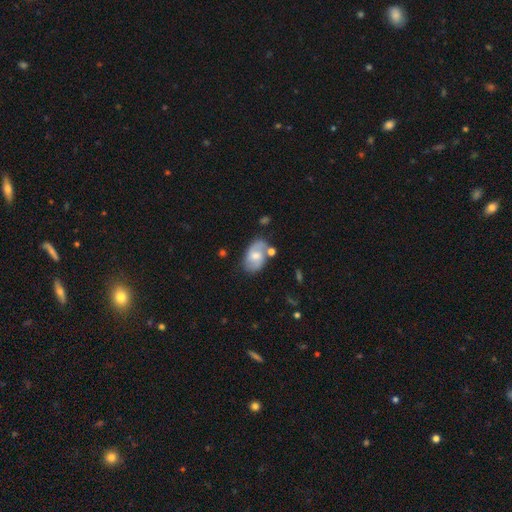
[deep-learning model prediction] Overall: featured or disk (57%; smooth 36%). Edge-on disk: no (96%). Bar: no (48%; weak 44%). Spiral arms: yes (83%). Bulge size: moderate (58%; small 32%). Merging: none (60%; minor disturbance 22%).